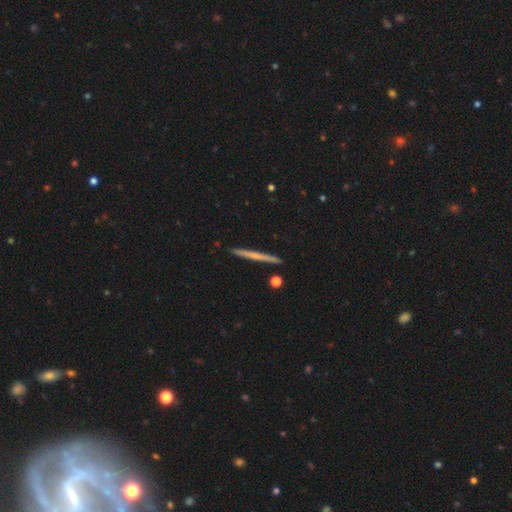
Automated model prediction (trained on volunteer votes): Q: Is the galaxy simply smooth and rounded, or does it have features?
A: smooth — 48%.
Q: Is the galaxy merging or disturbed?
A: none — 92%.